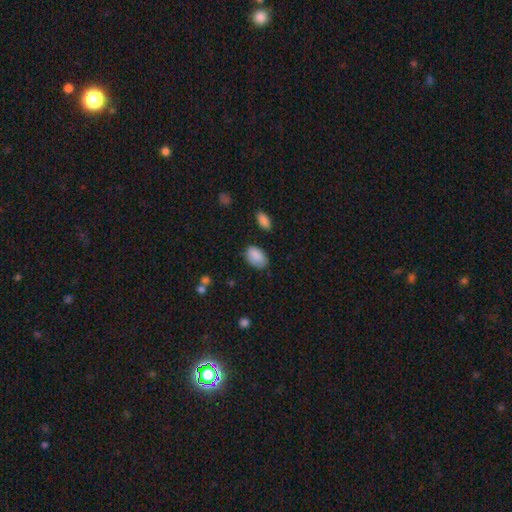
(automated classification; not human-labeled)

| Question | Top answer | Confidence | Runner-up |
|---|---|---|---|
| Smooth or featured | smooth | 87% | star or artifact (7%) |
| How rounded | in between | 90% | round (8%) |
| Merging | none | 73% | minor disturbance (20%) |